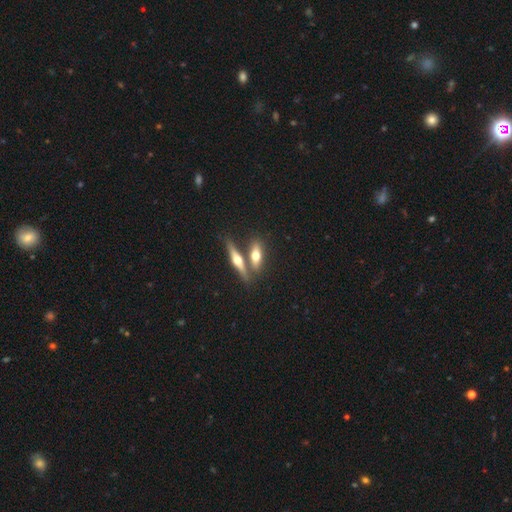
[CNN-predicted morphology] The model was most divided on "smooth or featured": smooth: 47%, featured or disk: 46%, star or artifact: 6%. More confident: merging — none (55%).